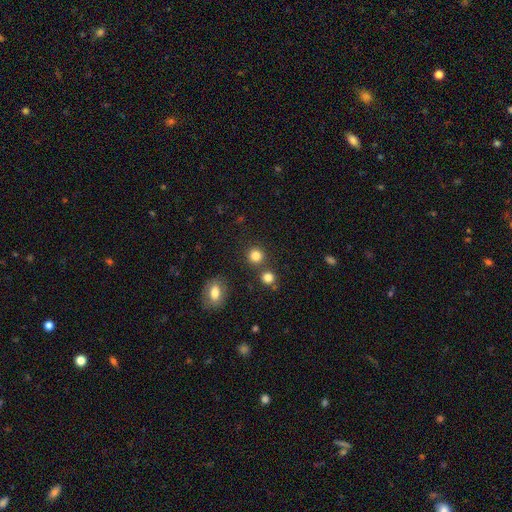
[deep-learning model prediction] This appears to be a smooth galaxy with no disk features (83%) that is round (90%). Merging: none (80%).